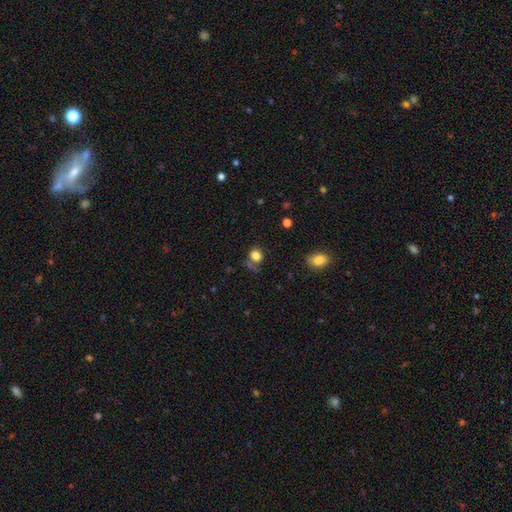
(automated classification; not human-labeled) This is clearly a smooth galaxy (81%). How rounded: likely round (66%). Merging: likely none (60%).